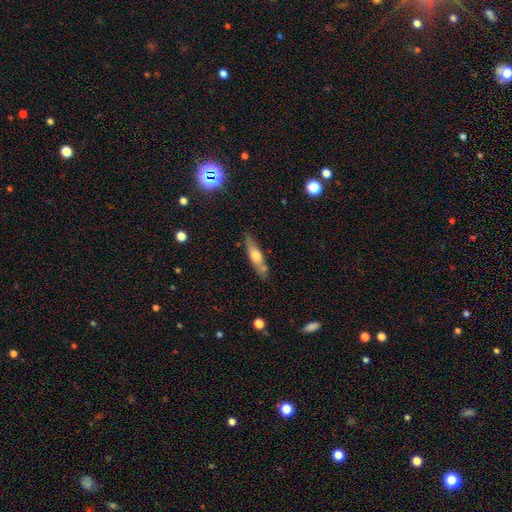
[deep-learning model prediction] A smooth galaxy with no disk features (50%) that is cigar-shaped (72%). Merging: none (73%).